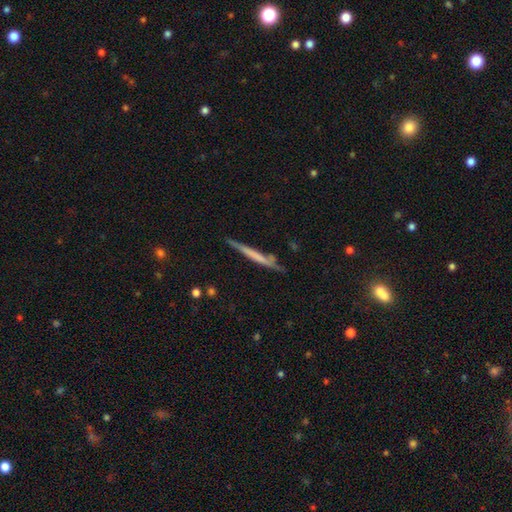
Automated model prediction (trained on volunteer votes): smooth_or_featured: featured or disk (p=0.48) [alt: smooth p=0.46]
merging: none (p=0.73) [alt: minor disturbance p=0.18]